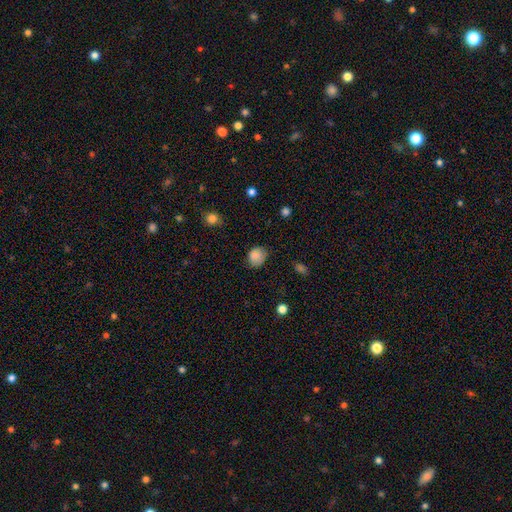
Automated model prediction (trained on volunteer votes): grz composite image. It shows a smooth galaxy with no disk features (86%) that is round (67%). Merging: none (69%).